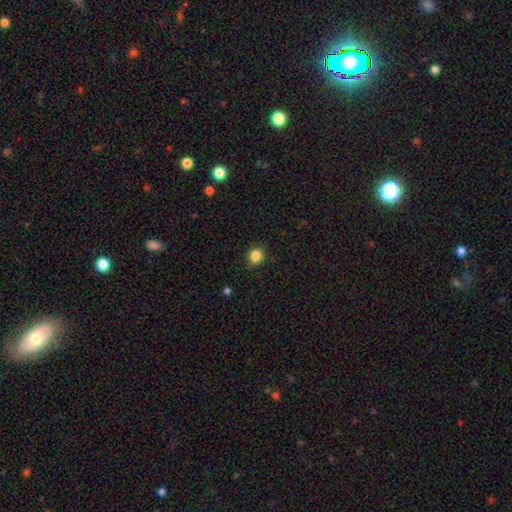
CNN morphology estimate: Smooth or featured? Predicted: smooth (p=0.84). How rounded? Predicted: round (p=0.81). Merging? Predicted: none (p=0.81).